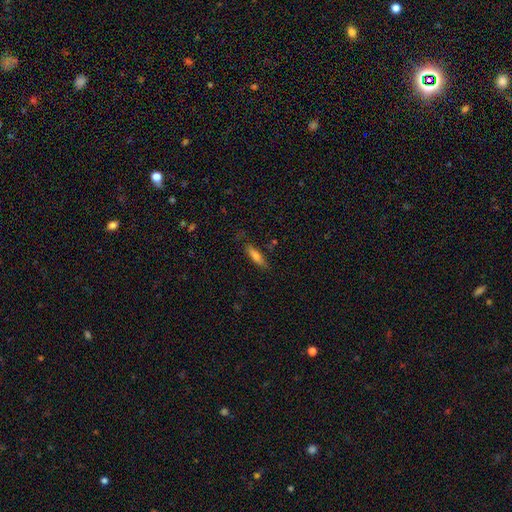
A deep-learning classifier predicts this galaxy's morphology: The model was most divided on "how rounded": cigar-shaped: 64%, in between: 34%, round: 2%. More confident: merging — none (78%); smooth or featured — smooth (69%).